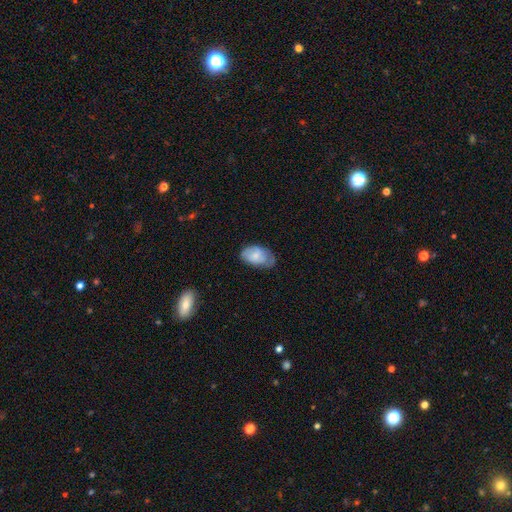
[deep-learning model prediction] Smooth or featured: smooth — 68% (featured or disk — 25%)
How rounded: in between — 92% (round — 6%)
Merging: none — 52% (minor disturbance — 36%)